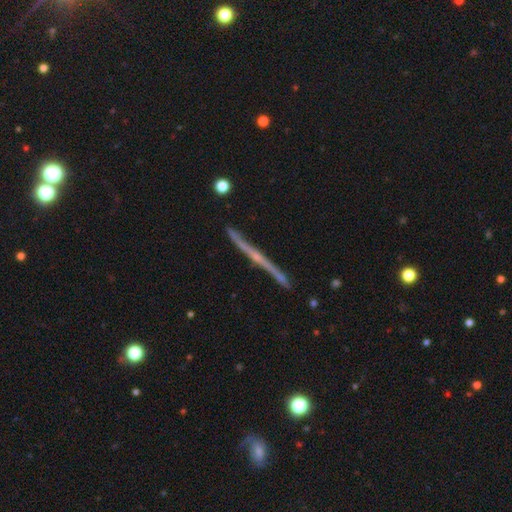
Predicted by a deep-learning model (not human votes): Smooth or featured?
  - featured or disk: 80% *
  - smooth: 14%
  - star or artifact: 6%
Edge-on disk?
  - yes: 97% *
  - no: 3%
Edge-on bulge?
  - rounded: 49% *
  - none: 43%
  - boxy: 8%
Merging?
  - none: 84% *
  - minor disturbance: 12%
  - major disturbance: 2%
  - merger: 2%